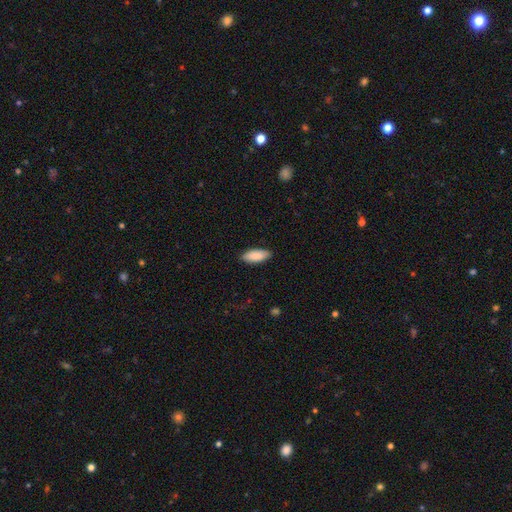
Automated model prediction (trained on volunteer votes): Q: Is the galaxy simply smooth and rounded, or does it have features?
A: smooth — 89%.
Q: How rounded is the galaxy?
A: in between — 81%.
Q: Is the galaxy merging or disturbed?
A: none — 87%.